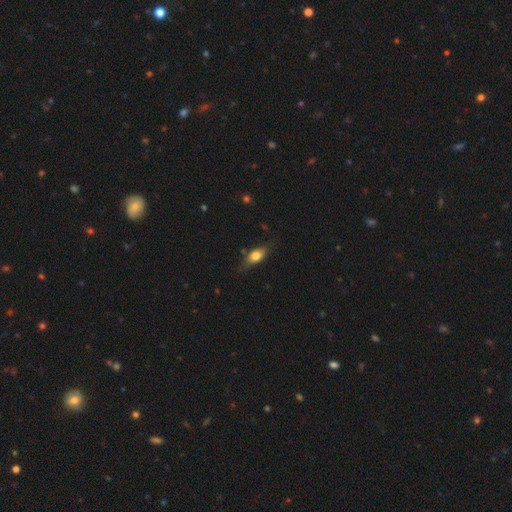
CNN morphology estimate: smooth-or-featured: smooth: 74% | featured or disk: 18% | star or artifact: 7%
  how-rounded: in between: 81% | cigar-shaped: 12% | round: 7%
  merging: none: 72% | minor disturbance: 21% | major disturbance: 5% | merger: 2%